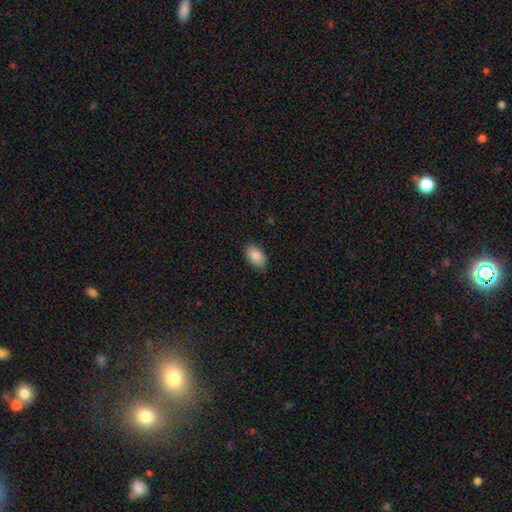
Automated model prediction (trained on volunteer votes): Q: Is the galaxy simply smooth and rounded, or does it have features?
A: smooth — 87%.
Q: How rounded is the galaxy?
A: in between — 93%.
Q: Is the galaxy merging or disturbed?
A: none — 82%.